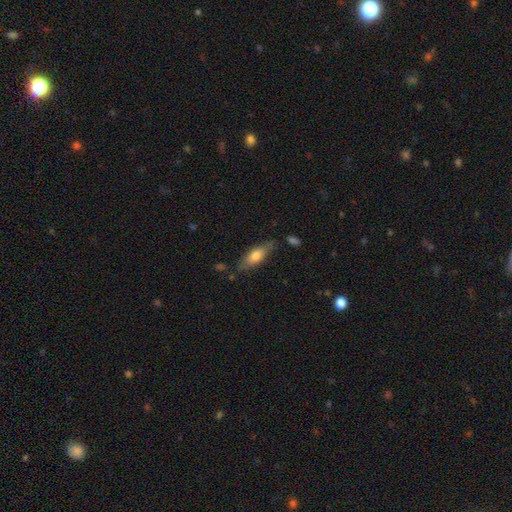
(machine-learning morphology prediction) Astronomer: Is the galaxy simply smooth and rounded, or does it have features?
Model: smooth — 66%.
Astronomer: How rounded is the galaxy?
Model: in between — 61%.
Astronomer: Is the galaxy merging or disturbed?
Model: none — 73%.